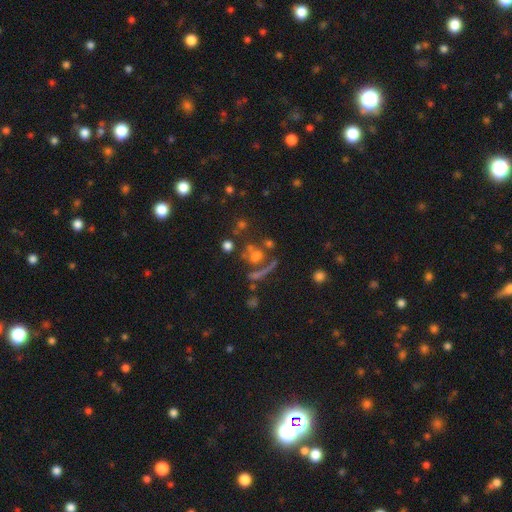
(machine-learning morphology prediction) Smooth or featured? Predicted: smooth (p=0.42). Merging? Predicted: none (p=0.48).